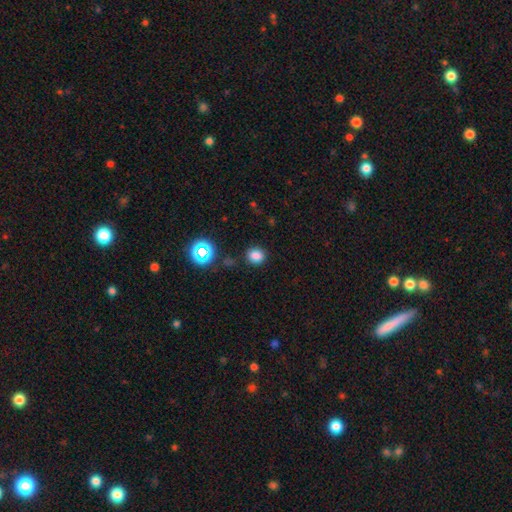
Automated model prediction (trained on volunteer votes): Overall: smooth (79%). How rounded: round (78%). Merging: none (86%).